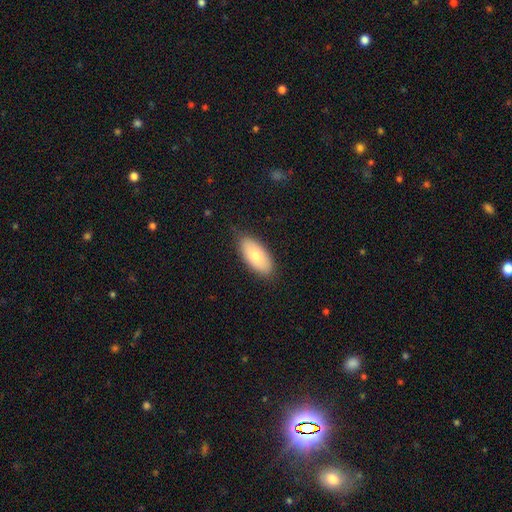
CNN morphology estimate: A smooth galaxy with no disk features (77%) that is in between round and cigar-shaped (92%).

Vote fractions:
- Smooth or featured? smooth: 77% / featured or disk: 17% / star or artifact: 6%
- How rounded? in between: 92% / cigar-shaped: 6% / round: 2%
- Merging? none: 81% / minor disturbance: 16% / major disturbance: 3% / merger: 1%